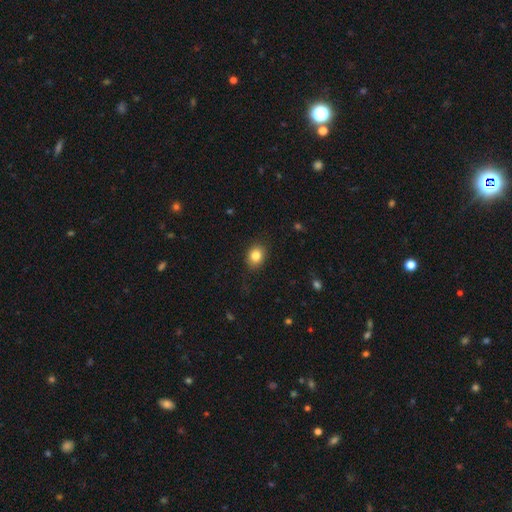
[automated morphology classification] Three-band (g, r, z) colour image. It shows a smooth galaxy with no disk features (83%) that is in between round and cigar-shaped (56%). Merging: none (85%).